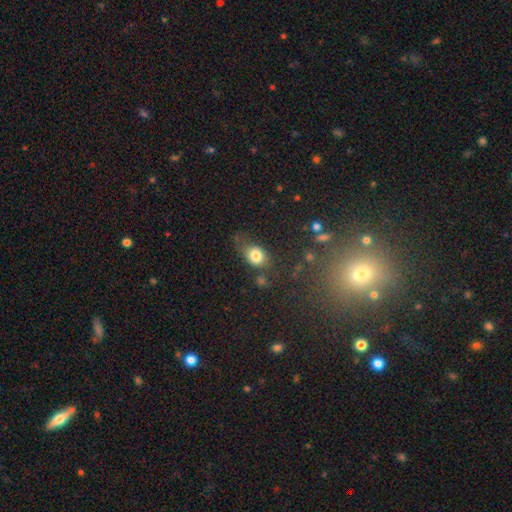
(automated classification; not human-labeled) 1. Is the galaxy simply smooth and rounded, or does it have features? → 80% smooth, 10% star or artifact, 10% featured or disk.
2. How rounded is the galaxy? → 58% in between, 40% round, 2% cigar-shaped.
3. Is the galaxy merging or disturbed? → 55% none, 27% minor disturbance, 11% major disturbance, 7% merger.